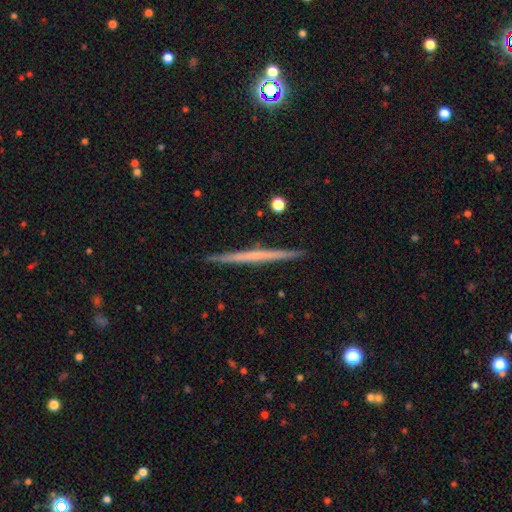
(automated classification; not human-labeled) Smooth or featured? featured or disk (59%)
Edge-on disk? yes (98%)
Edge-on bulge? none (85%)
Merging? none (92%)